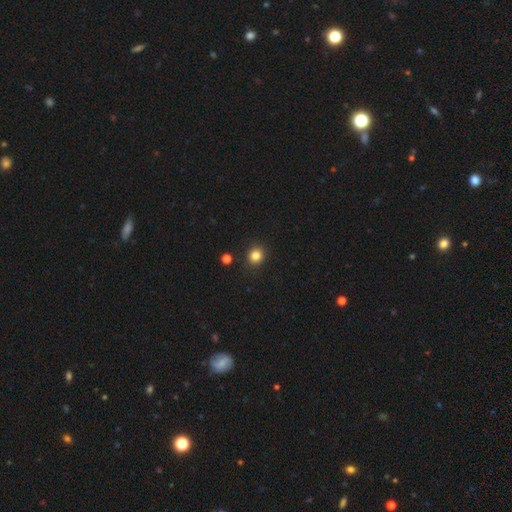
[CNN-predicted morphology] smooth_or_featured: smooth (p=0.82) [alt: star or artifact p=0.13]
how_rounded: round (p=0.83) [alt: in between p=0.16]
merging: none (p=0.89) [alt: minor disturbance p=0.07]